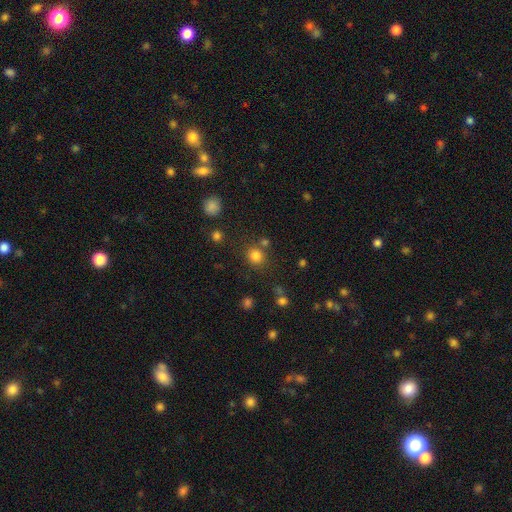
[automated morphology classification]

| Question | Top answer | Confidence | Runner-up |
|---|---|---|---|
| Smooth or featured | smooth | 81% | star or artifact (14%) |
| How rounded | round | 86% | in between (13%) |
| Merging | none | 75% | merger (11%) |